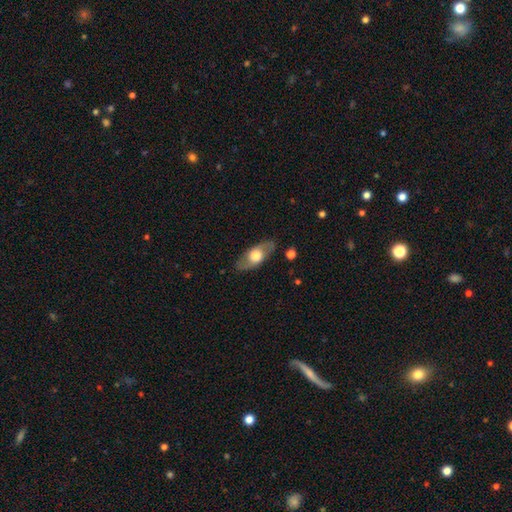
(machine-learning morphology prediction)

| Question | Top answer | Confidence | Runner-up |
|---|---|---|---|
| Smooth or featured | smooth | 48% | featured or disk (47%) |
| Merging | none | 83% | minor disturbance (12%) |